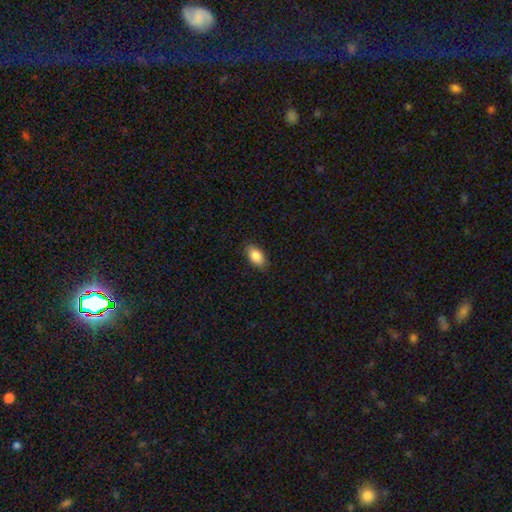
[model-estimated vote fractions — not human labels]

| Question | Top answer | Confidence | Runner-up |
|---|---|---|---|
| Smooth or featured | smooth | 86% | star or artifact (7%) |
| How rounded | in between | 91% | round (5%) |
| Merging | none | 87% | minor disturbance (10%) |